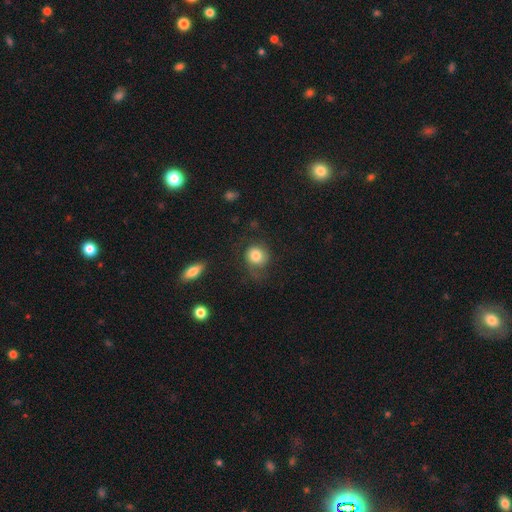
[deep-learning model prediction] Q: Smooth or featured?
A: smooth (74%); runner-up: featured or disk (18%)
Q: How rounded?
A: round (78%); runner-up: in between (21%)
Q: Merging?
A: none (54%); runner-up: minor disturbance (23%)